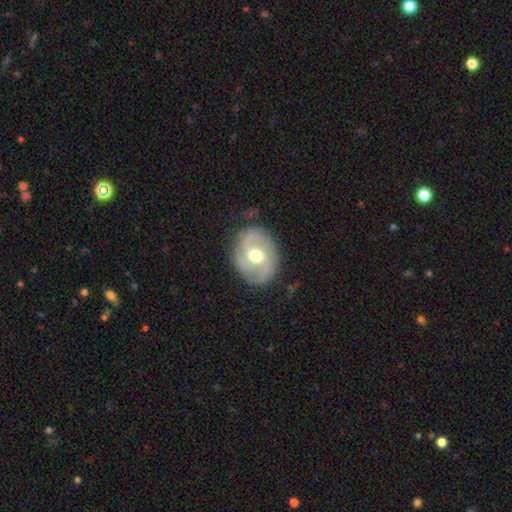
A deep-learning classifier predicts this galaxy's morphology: Q: Smooth or featured?
A: featured or disk (74%); runner-up: smooth (20%)
Q: Edge-on disk?
A: no (97%); runner-up: yes (3%)
Q: Bar?
A: no (48%); runner-up: weak (41%)
Q: Spiral arms?
A: yes (82%); runner-up: no (18%)
Q: Spiral winding?
A: medium (43%); runner-up: tight (36%)
Q: Spiral arm count?
A: 2 (73%); runner-up: can't tell (13%)
Q: Bulge size?
A: moderate (76%); runner-up: large (13%)
Q: Merging?
A: none (78%); runner-up: minor disturbance (15%)